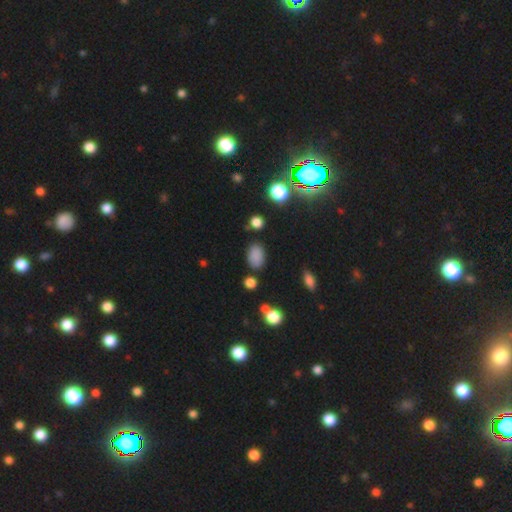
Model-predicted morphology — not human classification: Smooth or featured? Predicted: smooth (p=0.83). How rounded? Predicted: in between (p=0.87). Merging? Predicted: none (p=0.80).